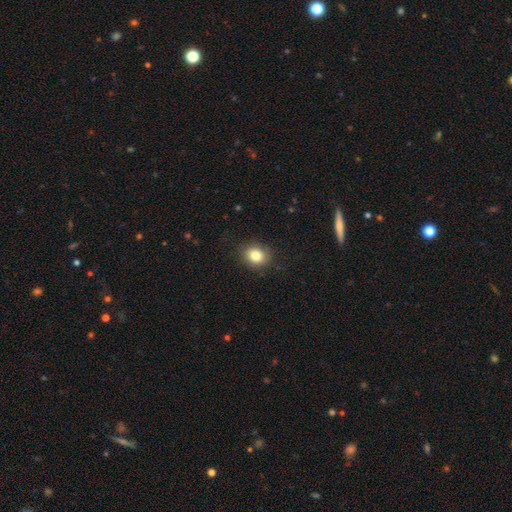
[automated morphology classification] Smooth or featured? Predicted: smooth (p=0.84). How rounded? Predicted: round (p=0.62). Merging? Predicted: none (p=0.86).